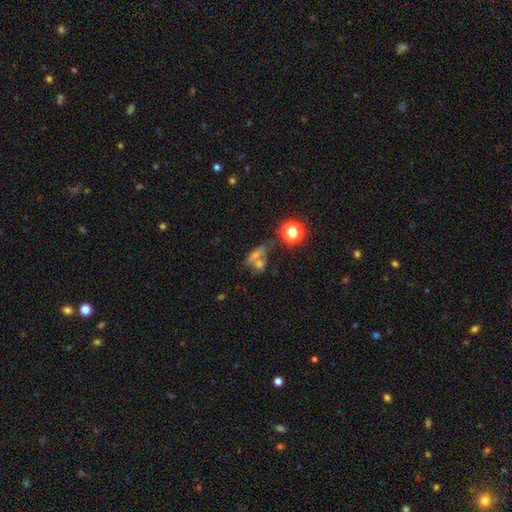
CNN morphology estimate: type=smooth (41%); merging=merger (43%).